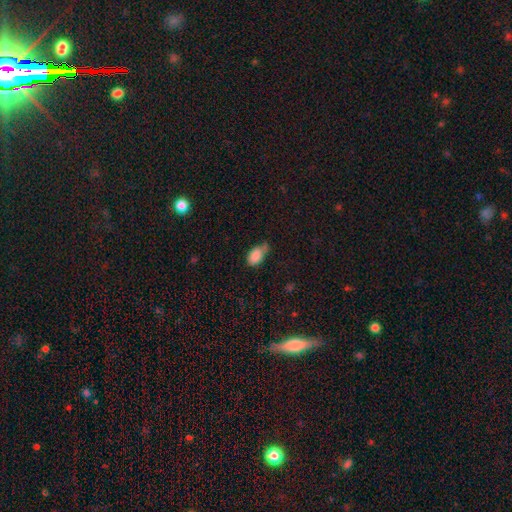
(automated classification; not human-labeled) This is clearly a smooth galaxy (85%). How rounded: clearly in between (91%). Merging: marginally minor disturbance (43%).